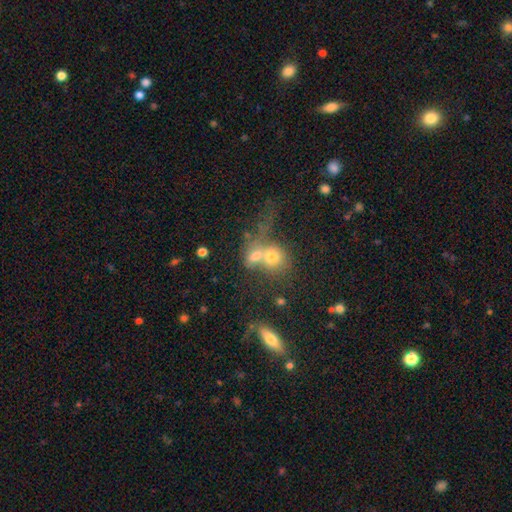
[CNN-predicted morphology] type=smooth (66%); roundness=in between (51%); merging=merger (68%).